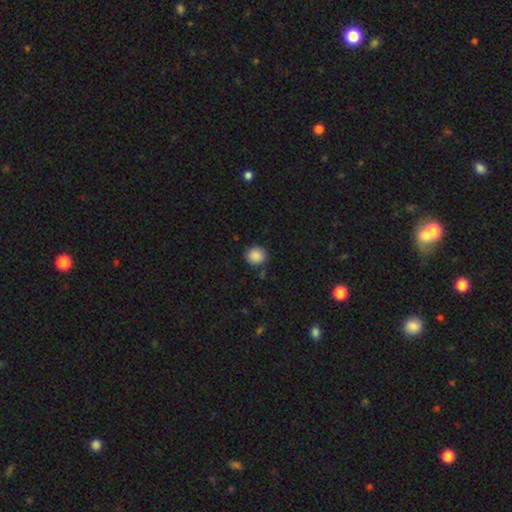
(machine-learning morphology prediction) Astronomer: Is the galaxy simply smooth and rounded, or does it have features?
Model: smooth — 88%.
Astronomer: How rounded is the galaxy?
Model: round — 83%.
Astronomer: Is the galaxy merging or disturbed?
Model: none — 86%.